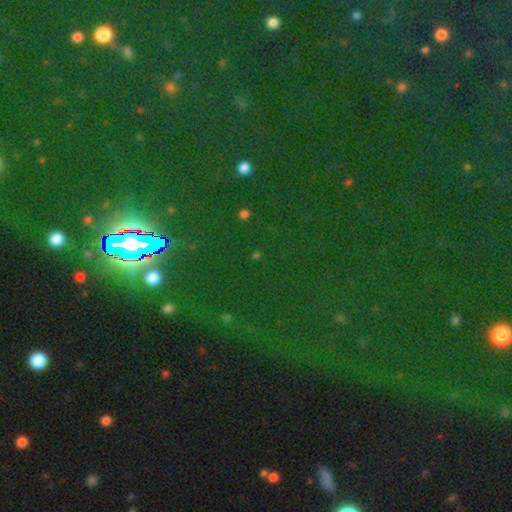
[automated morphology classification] Smooth or featured? Predicted: star or artifact (p=0.82).